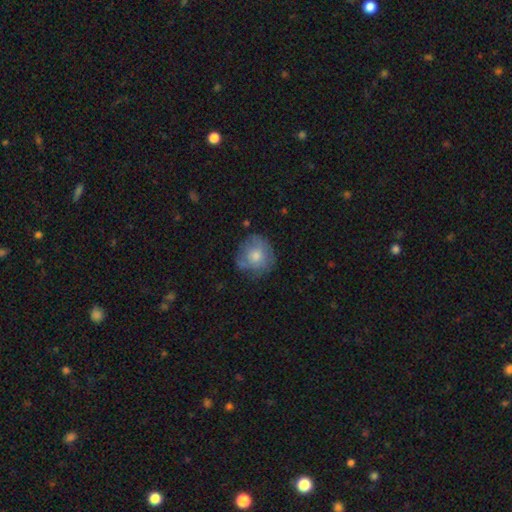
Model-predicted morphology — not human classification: This appears to be a smooth galaxy with no disk features (62%) that is round (85%). Merging: none (67%).